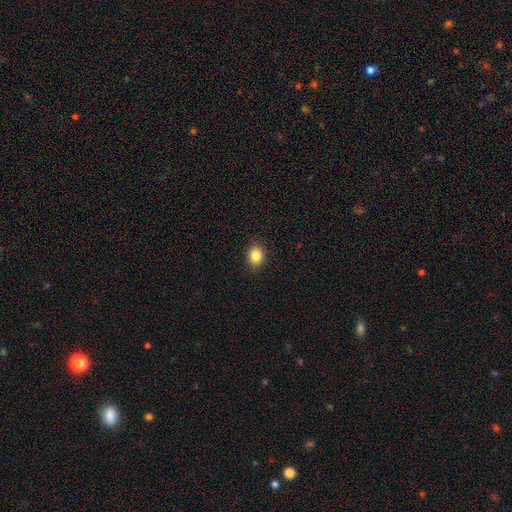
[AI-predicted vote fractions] Overall: smooth (85%). How rounded: round (59%; in between 40%). Merging: none (89%).